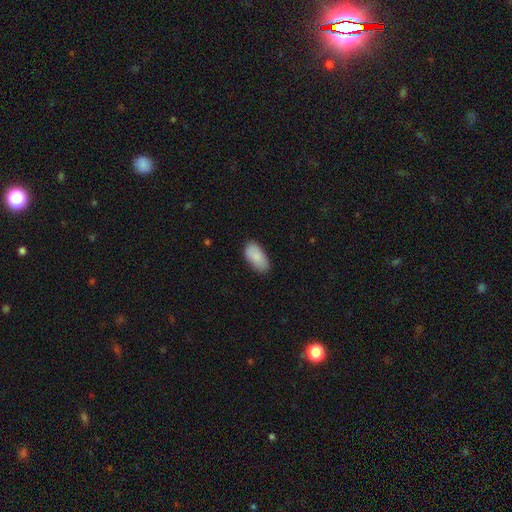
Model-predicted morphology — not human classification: smooth-or-featured: smooth: 88% | star or artifact: 6% | featured or disk: 6%
  how-rounded: in between: 93% | cigar-shaped: 4% | round: 2%
  merging: none: 78% | minor disturbance: 18% | major disturbance: 3% | merger: 1%